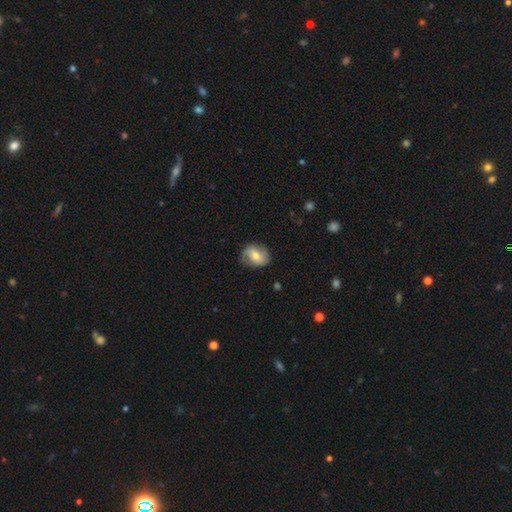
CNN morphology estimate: This appears to be a smooth galaxy with no disk features (51%) that is in between round and cigar-shaped (52%). Merging: none (73%).